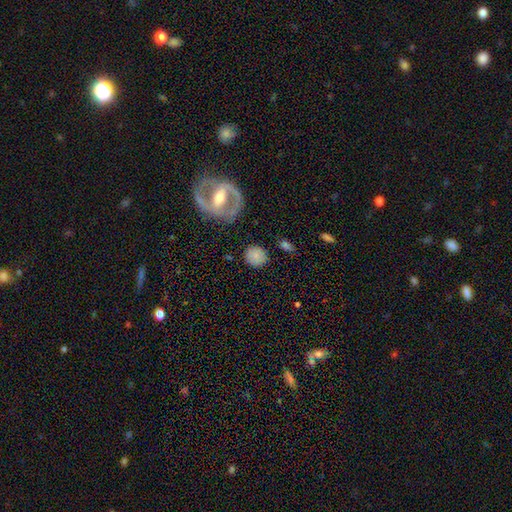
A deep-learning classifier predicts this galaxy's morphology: type=smooth (77%); roundness=round (85%); merging=none (83%).